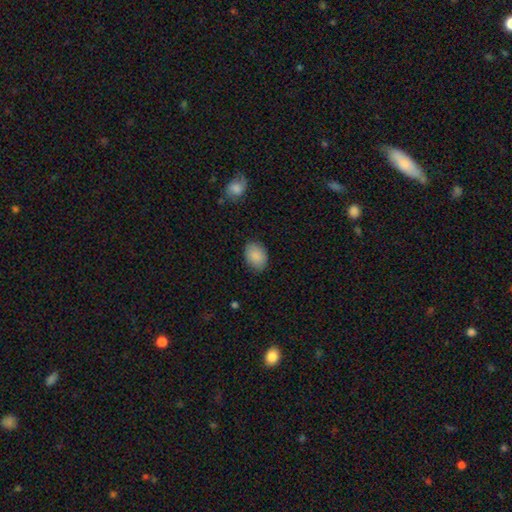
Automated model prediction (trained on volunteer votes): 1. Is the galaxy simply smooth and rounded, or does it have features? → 89% smooth, 7% star or artifact, 5% featured or disk.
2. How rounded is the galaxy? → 77% in between, 22% round, 1% cigar-shaped.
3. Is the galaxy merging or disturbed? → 84% none, 12% minor disturbance, 3% major disturbance, 1% merger.